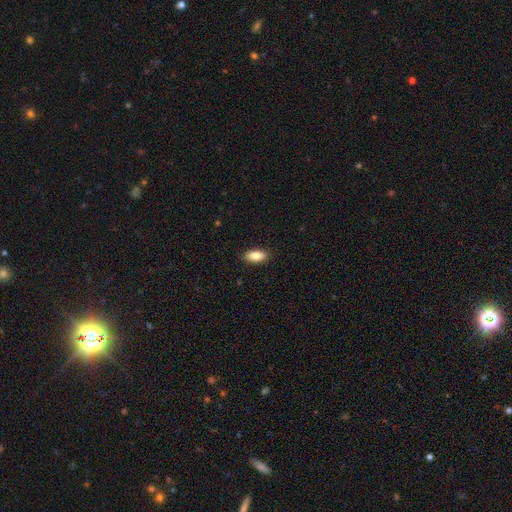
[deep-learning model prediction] Smooth or featured?
  - smooth: 84% *
  - featured or disk: 9%
  - star or artifact: 7%
How rounded?
  - in between: 89% *
  - cigar-shaped: 8%
  - round: 3%
Merging?
  - none: 89% *
  - minor disturbance: 8%
  - major disturbance: 2%
  - merger: 1%